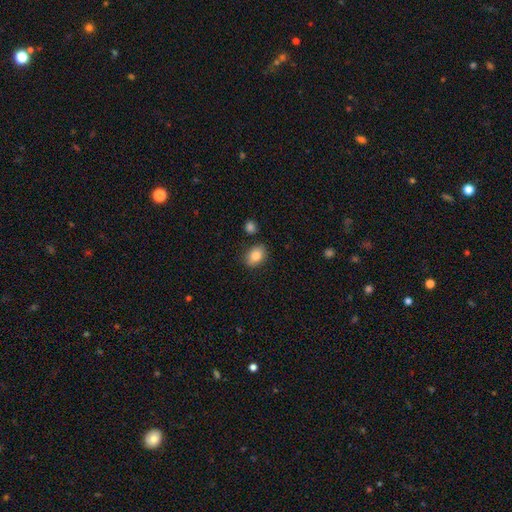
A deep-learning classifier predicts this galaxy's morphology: Smooth or featured?
  - smooth: 84% *
  - star or artifact: 8%
  - featured or disk: 8%
How rounded?
  - in between: 75% *
  - round: 23%
  - cigar-shaped: 1%
Merging?
  - none: 82% *
  - minor disturbance: 12%
  - merger: 4%
  - major disturbance: 3%